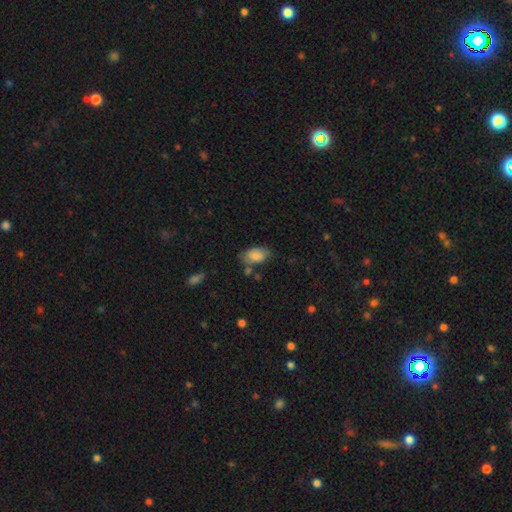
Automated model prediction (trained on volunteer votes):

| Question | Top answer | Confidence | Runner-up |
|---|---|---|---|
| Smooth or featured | smooth | 81% | featured or disk (11%) |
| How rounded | in between | 93% | round (5%) |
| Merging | none | 58% | minor disturbance (25%) |